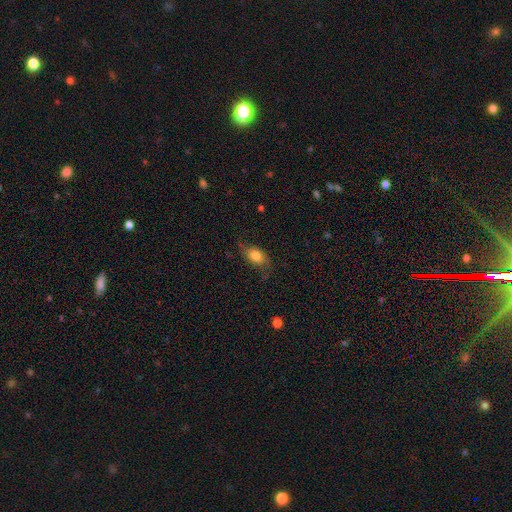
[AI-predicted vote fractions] A smooth galaxy with no disk features (67%) that is in between round and cigar-shaped (85%). Merging: none (65%).